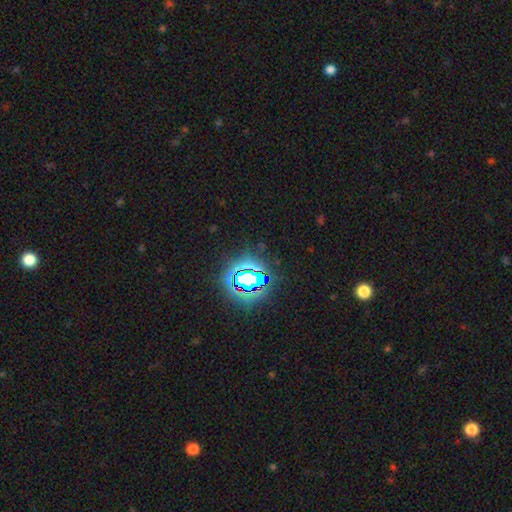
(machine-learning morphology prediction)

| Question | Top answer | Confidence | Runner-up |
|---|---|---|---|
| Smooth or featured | star or artifact | 82% | smooth (12%) |